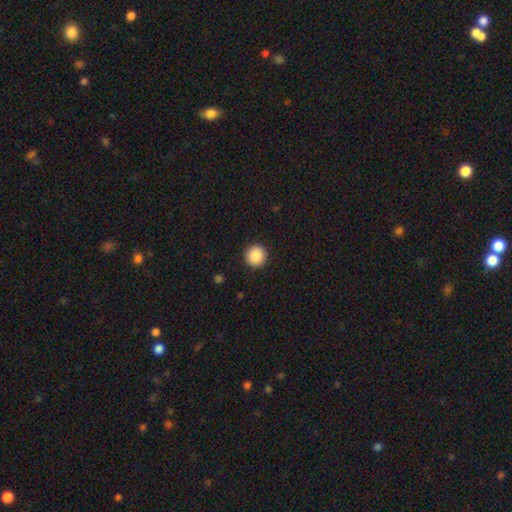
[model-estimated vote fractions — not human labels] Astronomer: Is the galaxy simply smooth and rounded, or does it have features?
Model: smooth — 89%.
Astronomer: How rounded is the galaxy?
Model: round — 94%.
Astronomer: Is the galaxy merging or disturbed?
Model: none — 92%.